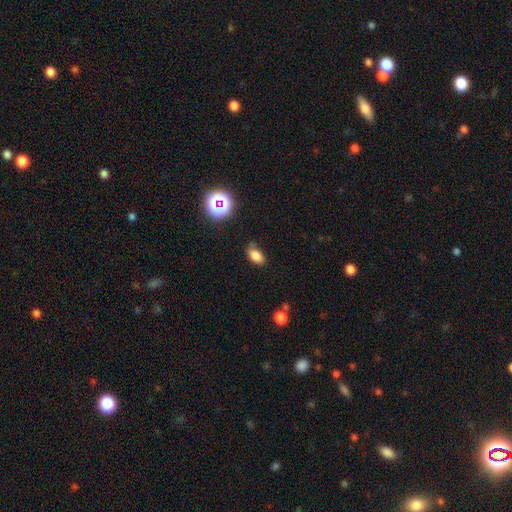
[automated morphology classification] Smooth or featured?
  - smooth: 80% *
  - star or artifact: 14%
  - featured or disk: 6%
How rounded?
  - in between: 89% *
  - round: 9%
  - cigar-shaped: 2%
Merging?
  - none: 68% *
  - minor disturbance: 24%
  - major disturbance: 5%
  - merger: 3%